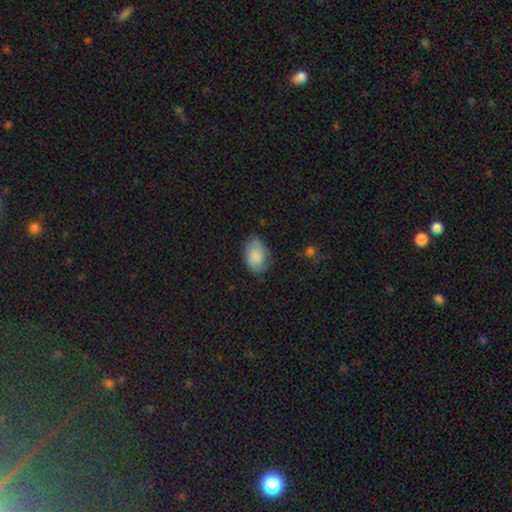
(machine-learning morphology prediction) The model was most divided on "merging": none: 64%, minor disturbance: 28%, major disturbance: 7%, merger: 2%. More confident: how rounded — in between (82%); smooth or featured — smooth (80%).